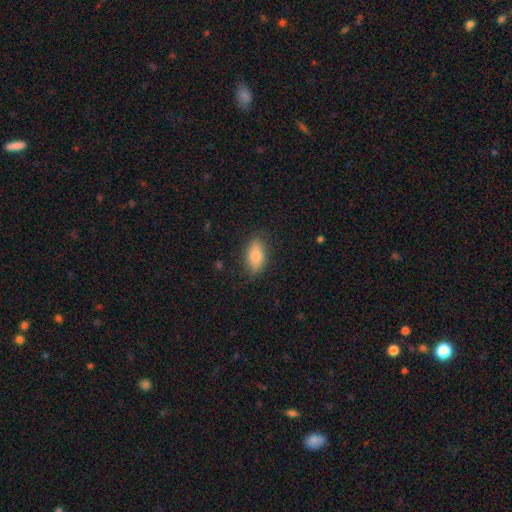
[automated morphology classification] Smooth or featured? smooth (83%)
How rounded? in between (89%)
Merging? none (80%)